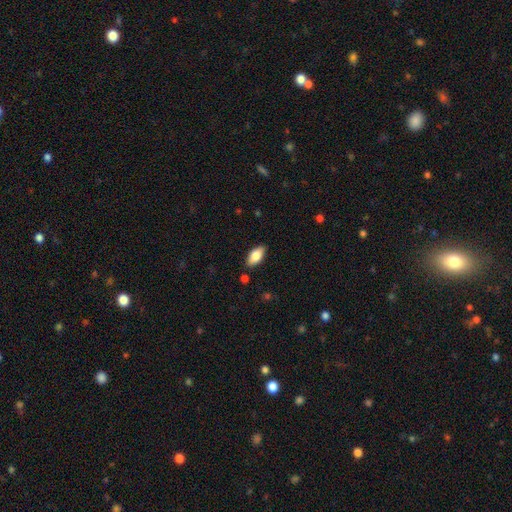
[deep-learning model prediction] smooth_or_featured: smooth (p=0.80) [alt: featured or disk p=0.13]
how_rounded: in between (p=0.90) [alt: cigar-shaped p=0.07]
merging: none (p=0.86) [alt: minor disturbance p=0.10]